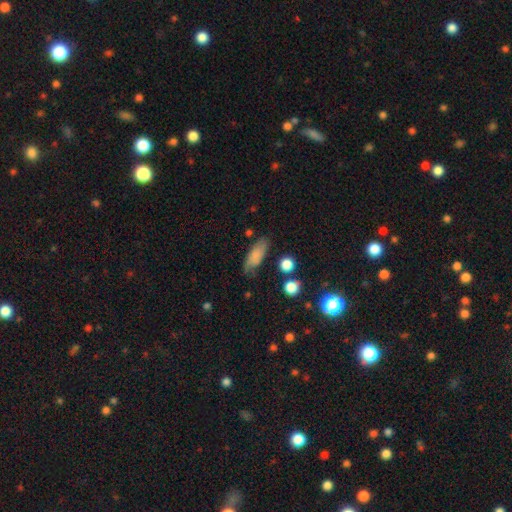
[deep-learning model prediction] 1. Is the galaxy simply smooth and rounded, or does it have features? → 78% smooth, 14% featured or disk, 8% star or artifact.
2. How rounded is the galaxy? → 69% in between, 27% cigar-shaped, 3% round.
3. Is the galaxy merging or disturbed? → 70% none, 21% minor disturbance, 5% major disturbance, 3% merger.